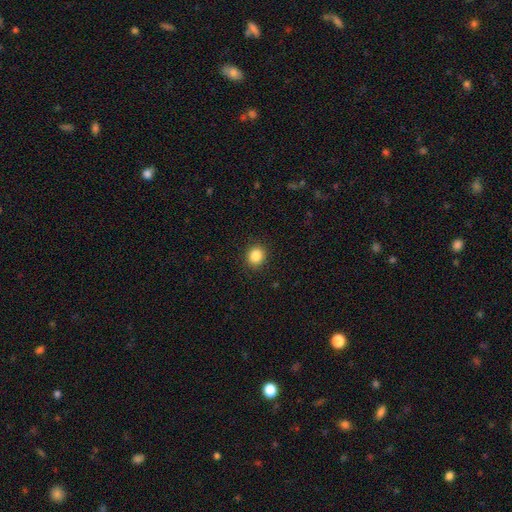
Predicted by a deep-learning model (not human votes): Smooth or featured? Predicted: smooth (p=0.86). How rounded? Predicted: round (p=0.82). Merging? Predicted: none (p=0.91).